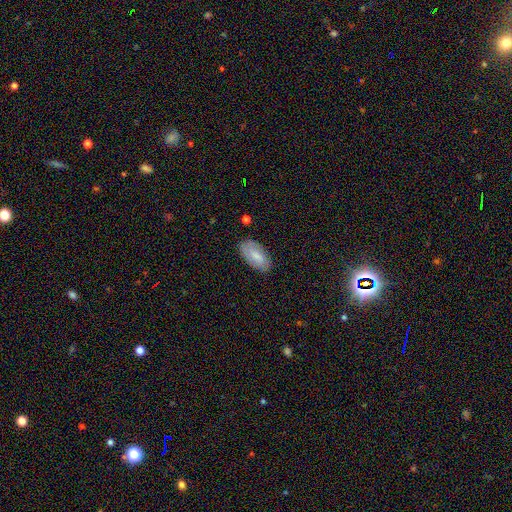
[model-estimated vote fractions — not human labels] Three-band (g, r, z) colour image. It shows a smooth galaxy with no disk features (74%) that is in between round and cigar-shaped (93%). Merging: none (82%).